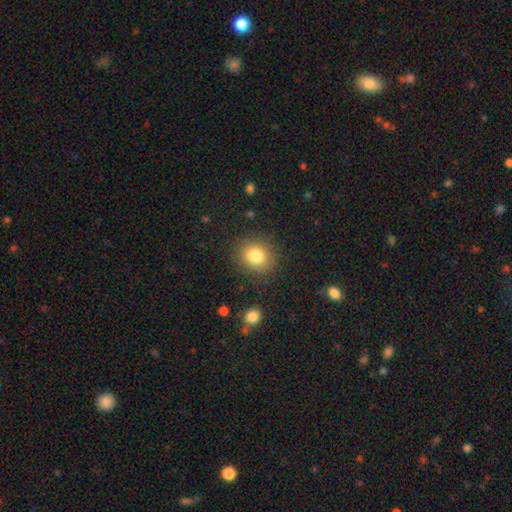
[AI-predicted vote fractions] smooth 81%, star or artifact 11%, featured or disk 8%. Down the decision tree: how rounded — round (72%); merging — none (86%).